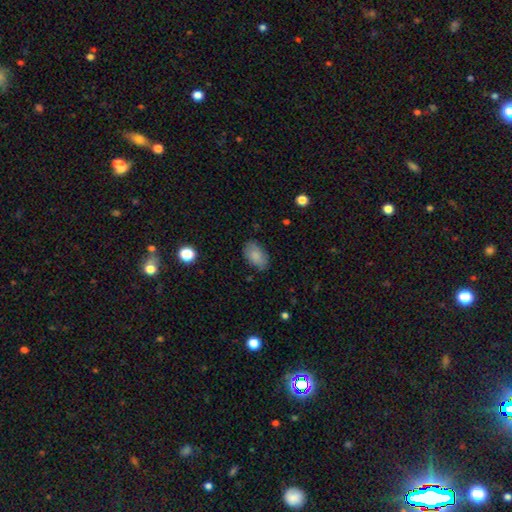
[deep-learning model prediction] smooth_or_featured: smooth (p=0.84) [alt: featured or disk p=0.09]
how_rounded: in between (p=0.91) [alt: round p=0.08]
merging: none (p=0.79) [alt: minor disturbance p=0.16]